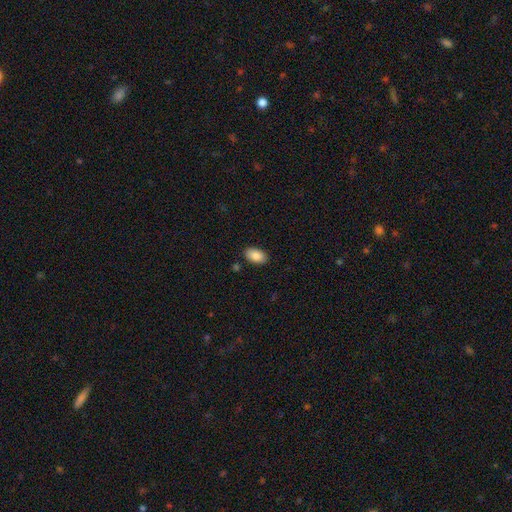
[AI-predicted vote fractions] smooth_or_featured: smooth (p=0.88) [alt: star or artifact p=0.07]
how_rounded: in between (p=0.94) [alt: round p=0.05]
merging: none (p=0.87) [alt: minor disturbance p=0.09]